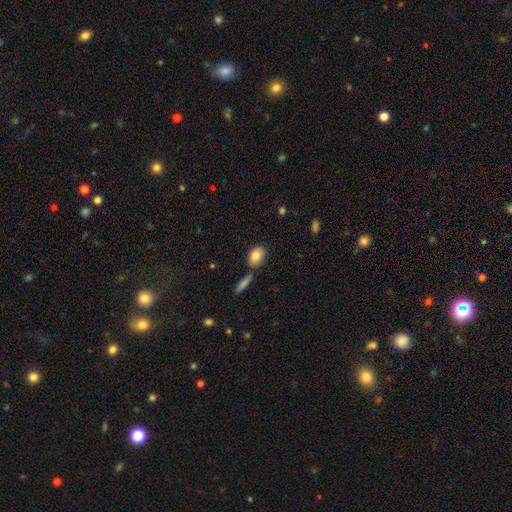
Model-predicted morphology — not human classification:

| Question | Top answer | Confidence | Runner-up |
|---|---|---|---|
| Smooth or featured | smooth | 83% | featured or disk (10%) |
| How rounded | in between | 74% | round (22%) |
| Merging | none | 68% | minor disturbance (14%) |